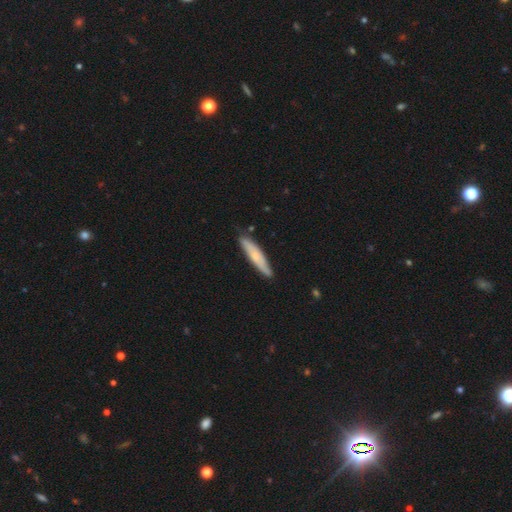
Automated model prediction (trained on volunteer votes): The model was most divided on "smooth or featured": smooth: 58%, featured or disk: 37%, star or artifact: 6%. More confident: how rounded — cigar-shaped (86%); merging — none (82%).